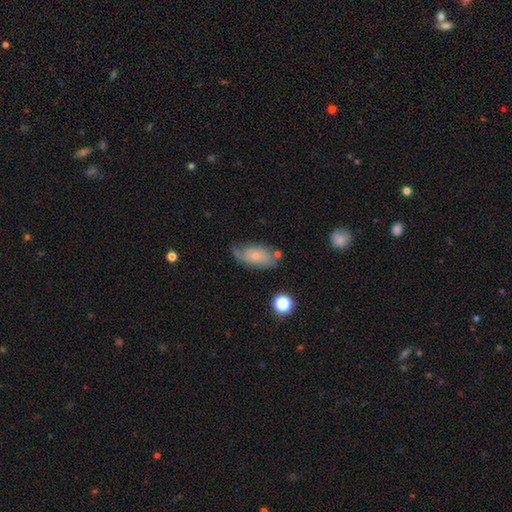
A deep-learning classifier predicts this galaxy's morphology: Overall: smooth (53%; featured or disk 39%). How rounded: in between (89%). Merging: none (52%; minor disturbance 29%).